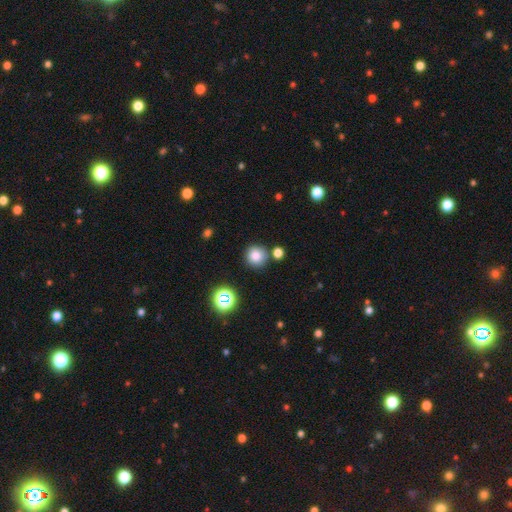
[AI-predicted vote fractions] Overall: smooth (80%). How rounded: round (92%). Merging: none (80%).